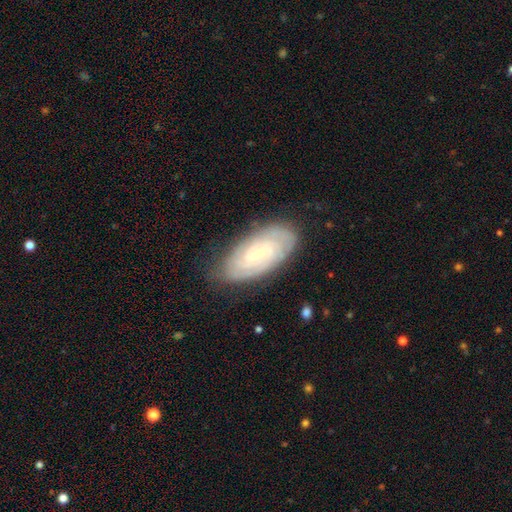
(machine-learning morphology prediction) Smooth or featured?
  - featured or disk: 69% *
  - smooth: 23%
  - star or artifact: 7%
Edge-on disk?
  - no: 93% *
  - yes: 7%
Bar?
  - no: 61% *
  - weak: 32%
  - strong: 8%
Spiral arms?
  - yes: 90% *
  - no: 10%
Spiral winding?
  - tight: 75% *
  - medium: 20%
  - loose: 5%
Spiral arm count?
  - can't tell: 50% *
  - 2: 25%
  - 3: 11%
  - 4: 7%
  - more than 4: 4%
  - 1: 4%
Bulge size?
  - small: 76% *
  - moderate: 20%
  - none: 2%
  - large: 1%
  - dominant: 1%
Merging?
  - none: 78% *
  - minor disturbance: 17%
  - major disturbance: 4%
  - merger: 1%